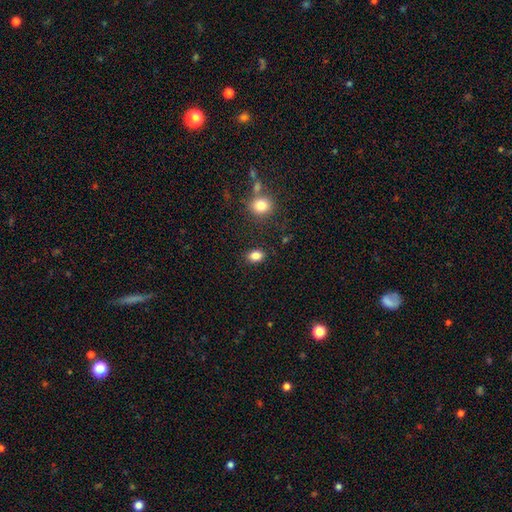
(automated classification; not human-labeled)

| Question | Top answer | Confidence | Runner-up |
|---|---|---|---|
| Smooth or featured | smooth | 84% | star or artifact (10%) |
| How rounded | in between | 71% | round (28%) |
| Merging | none | 85% | minor disturbance (10%) |